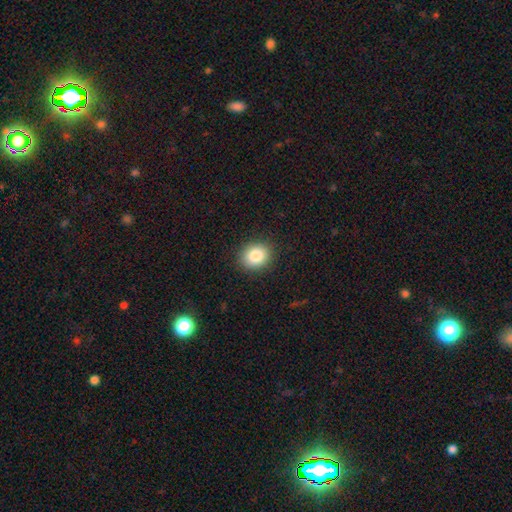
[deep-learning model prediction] This is clearly a smooth galaxy (85%). How rounded: likely round (62%). Merging: clearly none (89%).